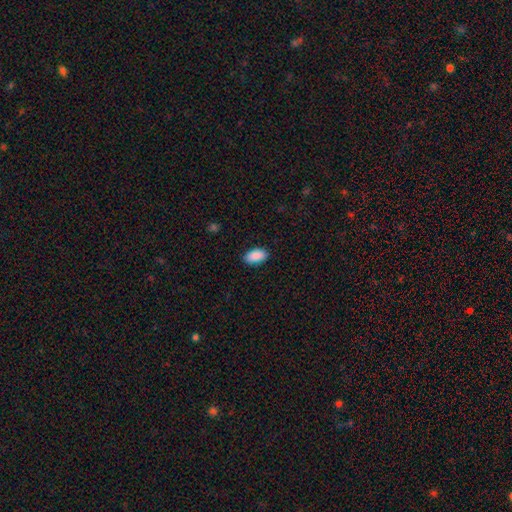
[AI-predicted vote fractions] smooth 91%, star or artifact 6%, featured or disk 3%. Down the decision tree: how rounded — in between (95%); merging — none (88%).